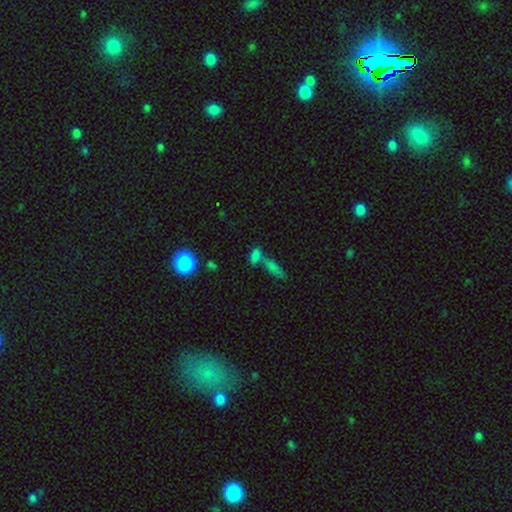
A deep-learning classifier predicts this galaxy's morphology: The model was most divided on "merging": merger: 49%, none: 38%, minor disturbance: 8%, major disturbance: 5%. More confident: smooth or featured — smooth (73%); how rounded — in between (69%).